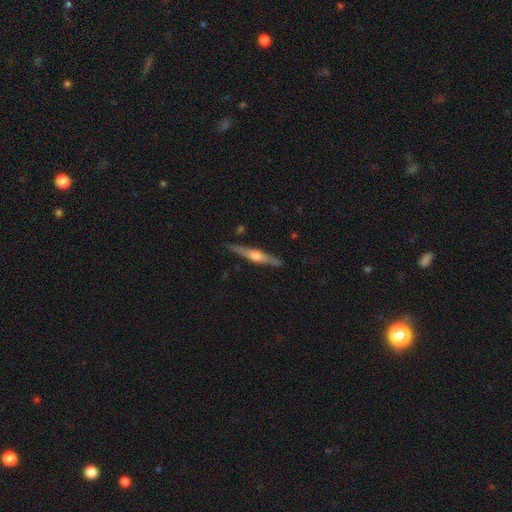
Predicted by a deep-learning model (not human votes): A featured or disk galaxy (70%) viewed edge-on (97%) with a rounded central bulge (90%). Merging: none (88%).